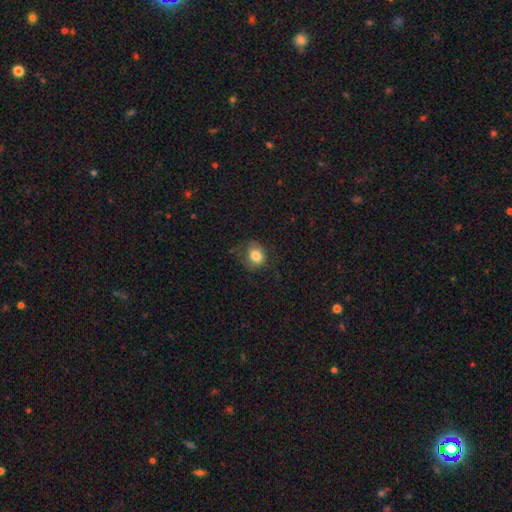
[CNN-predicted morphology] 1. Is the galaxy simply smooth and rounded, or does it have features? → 81% smooth, 10% star or artifact, 9% featured or disk.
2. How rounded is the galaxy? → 66% round, 33% in between, 1% cigar-shaped.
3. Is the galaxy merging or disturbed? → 61% none, 25% minor disturbance, 13% major disturbance, 1% merger.